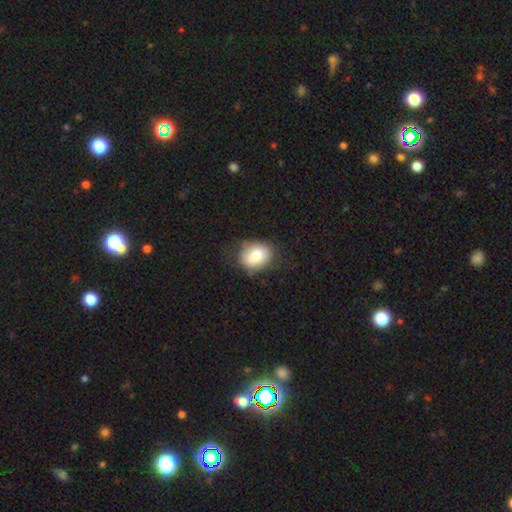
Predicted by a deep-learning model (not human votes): smooth-or-featured: smooth: 78% | featured or disk: 14% | star or artifact: 8%
  how-rounded: in between: 57% | round: 42% | cigar-shaped: 1%
  merging: none: 65% | minor disturbance: 24% | major disturbance: 9% | merger: 2%